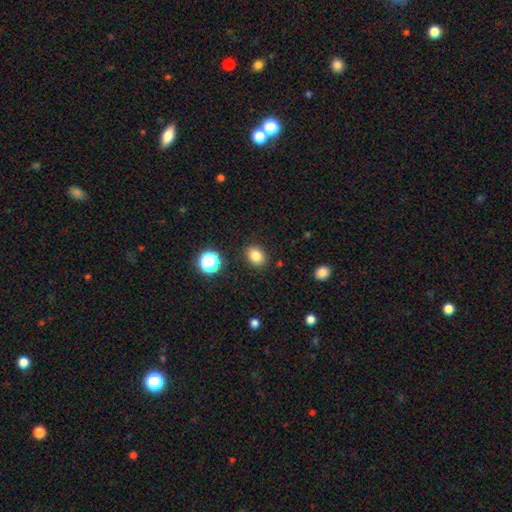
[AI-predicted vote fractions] Morphology: type=smooth (83%); roundness=in between (59%); merging=none (87%).